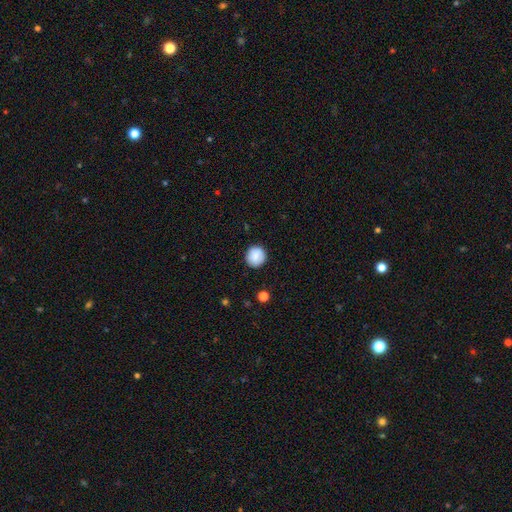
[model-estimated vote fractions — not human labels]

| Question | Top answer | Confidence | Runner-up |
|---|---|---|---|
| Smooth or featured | smooth | 87% | star or artifact (8%) |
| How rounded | round | 92% | in between (7%) |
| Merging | none | 88% | minor disturbance (9%) |